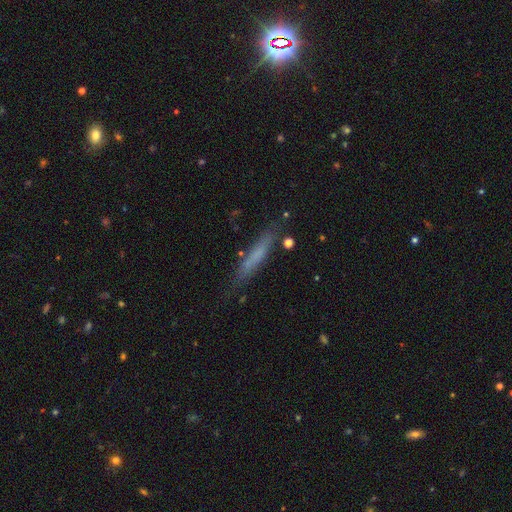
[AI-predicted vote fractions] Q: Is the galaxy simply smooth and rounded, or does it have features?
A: smooth — 60%.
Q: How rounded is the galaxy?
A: cigar-shaped — 92%.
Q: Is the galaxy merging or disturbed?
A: none — 78%.